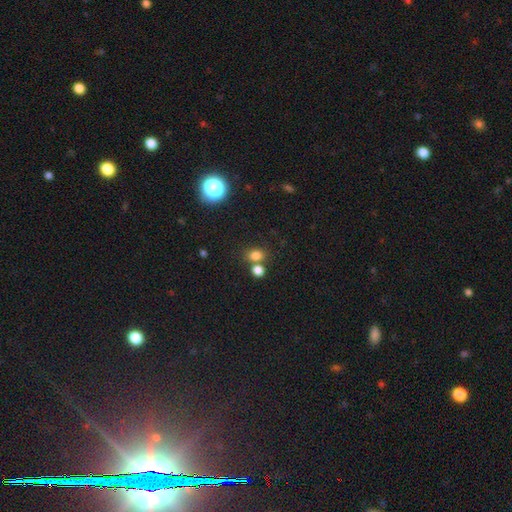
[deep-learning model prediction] This is likely a smooth galaxy (77%). How rounded: possibly in between (51%). Merging: possibly none (58%).